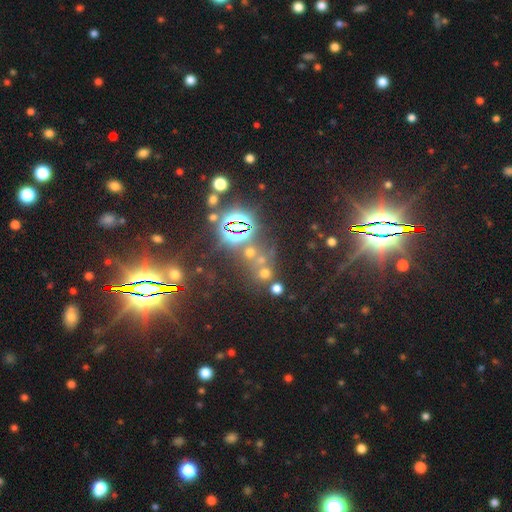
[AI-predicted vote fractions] smooth-or-featured: star or artifact: 71% | smooth: 19% | featured or disk: 9%